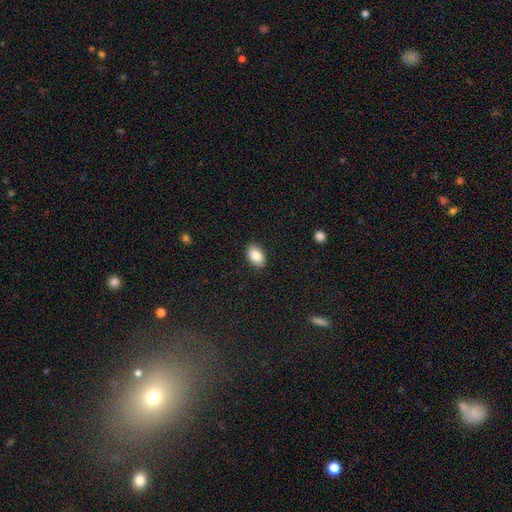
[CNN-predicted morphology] A smooth galaxy with no disk features (87%) that is in between round and cigar-shaped (86%). Merging: none (87%).